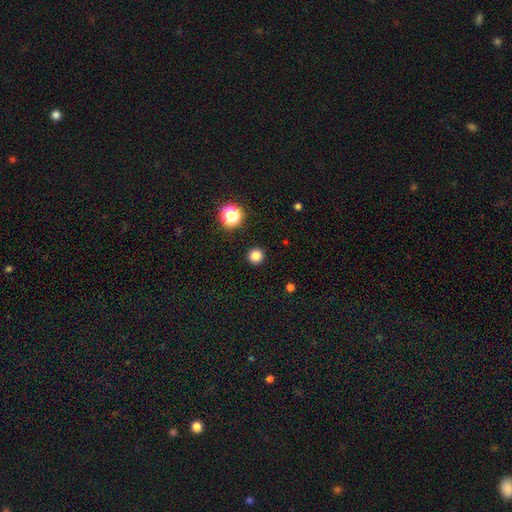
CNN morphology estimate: Smooth or featured? smooth (82%)
How rounded? round (96%)
Merging? none (93%)